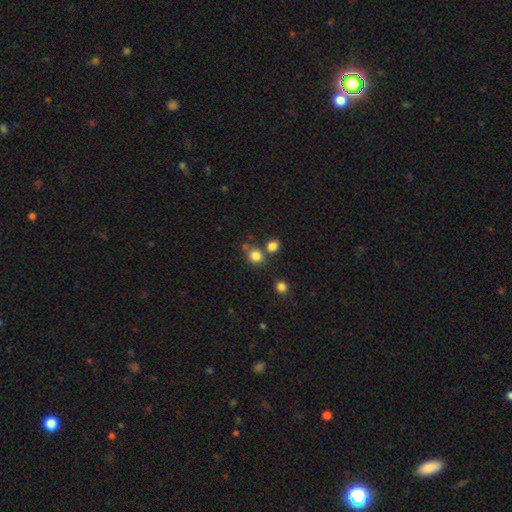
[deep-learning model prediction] A smooth galaxy with no disk features (81%) that is round (81%). Merging: none (66%).